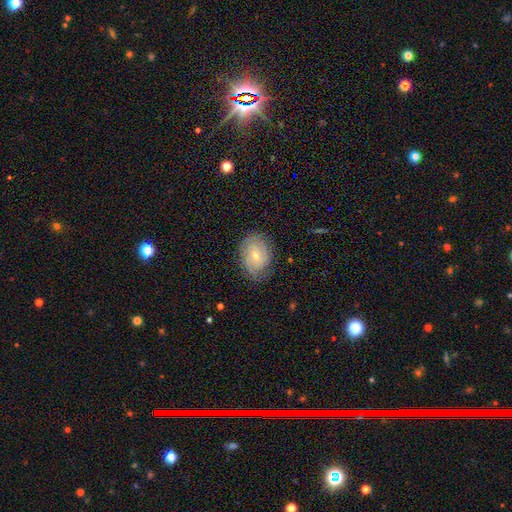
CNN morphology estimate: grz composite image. It shows a featured or disk galaxy (68%) with no bar (56%), 2 (37%) tight (63%) spiral arms (90%) and a small central bulge (66%). Merging: none (75%).